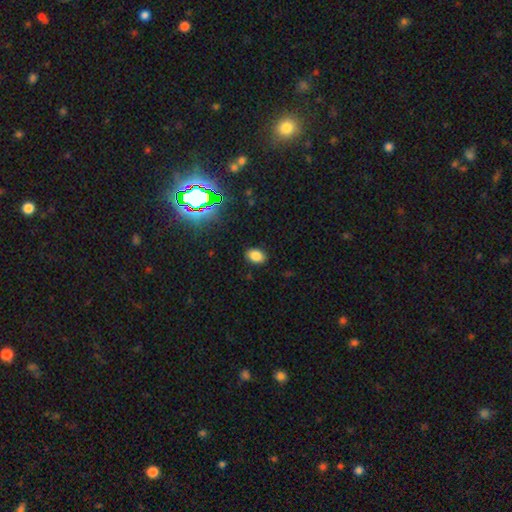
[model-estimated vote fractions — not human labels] This appears to be a smooth galaxy with no disk features (81%) that is in between round and cigar-shaped (78%). Merging: none (88%).